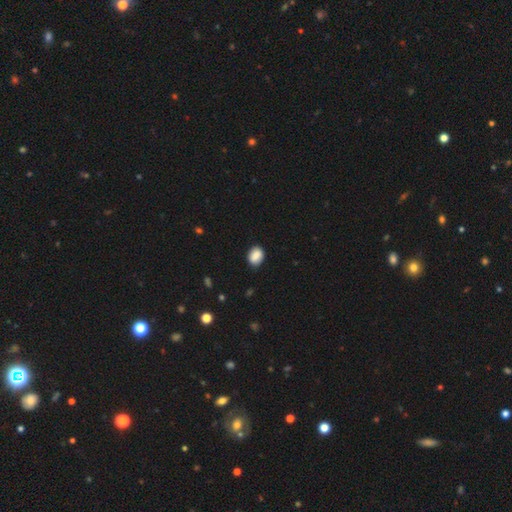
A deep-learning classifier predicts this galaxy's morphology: smooth-or-featured: smooth: 88% | star or artifact: 7% | featured or disk: 5%
  how-rounded: in between: 67% | round: 31% | cigar-shaped: 1%
  merging: none: 85% | minor disturbance: 12% | major disturbance: 2% | merger: 1%